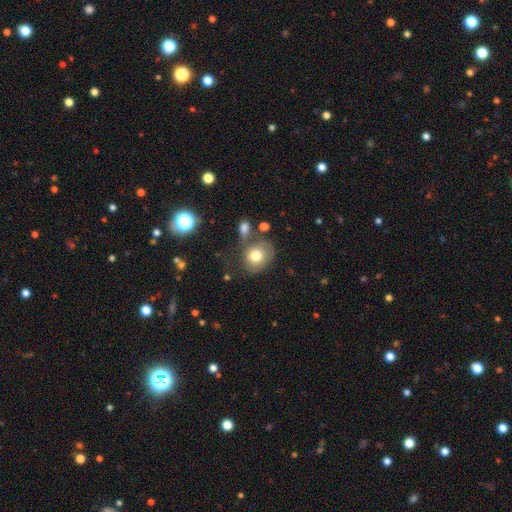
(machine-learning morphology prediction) Smooth or featured: smooth — 76% (featured or disk — 15%)
How rounded: round — 70% (in between — 29%)
Merging: none — 55% (minor disturbance — 20%)